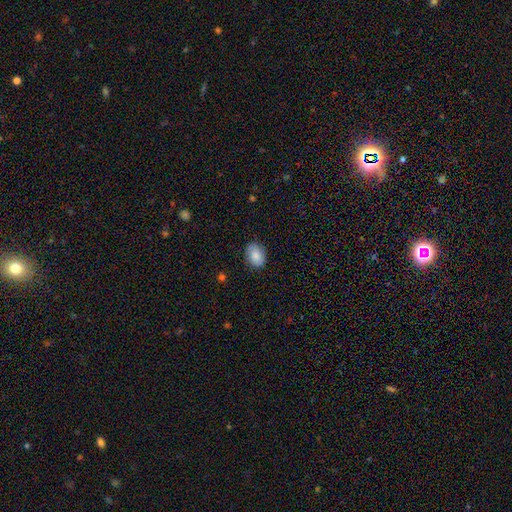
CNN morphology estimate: smooth 78%, featured or disk 14%, star or artifact 7%. Down the decision tree: how rounded — in between (74%); merging — none (82%).